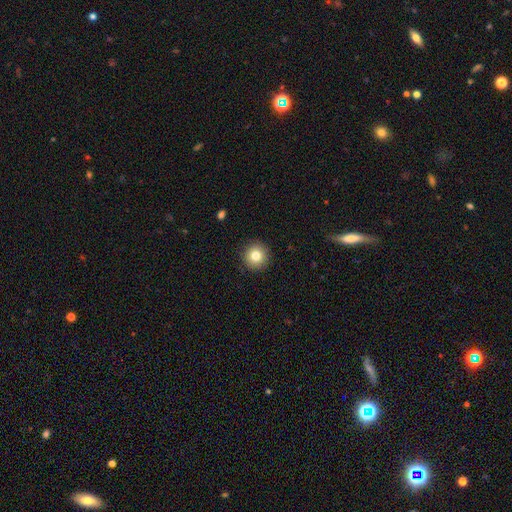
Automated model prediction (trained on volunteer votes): smooth-or-featured: smooth: 80% | star or artifact: 10% | featured or disk: 9%
  how-rounded: round: 95% | in between: 4% | cigar-shaped: 1%
  merging: none: 92% | minor disturbance: 5% | major disturbance: 2% | merger: 1%